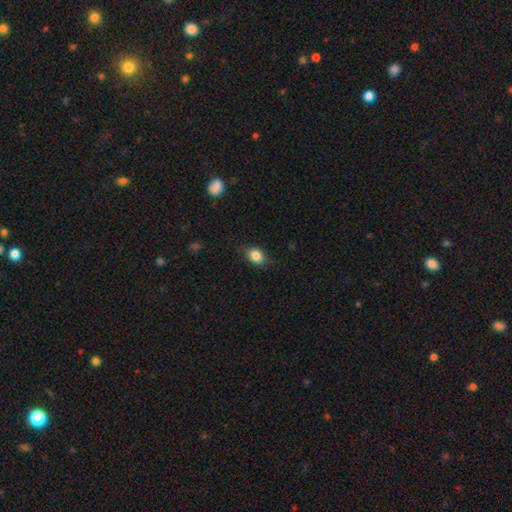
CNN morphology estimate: smooth_or_featured: smooth (p=0.83) [alt: star or artifact p=0.09]
how_rounded: in between (p=0.63) [alt: round p=0.36]
merging: none (p=0.77) [alt: minor disturbance p=0.18]